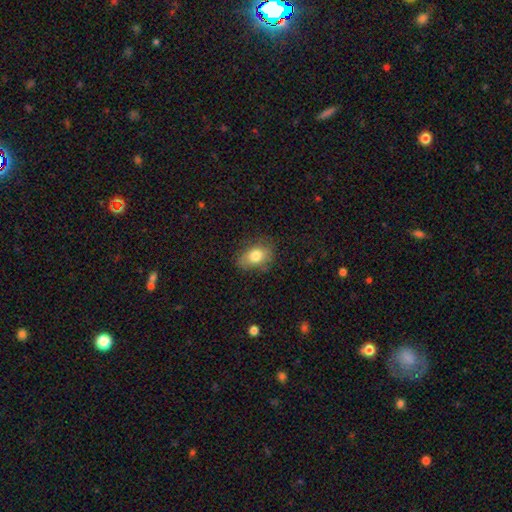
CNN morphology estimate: smooth 78%, featured or disk 14%, star or artifact 8%. Down the decision tree: how rounded — in between (80%); merging — none (73%).